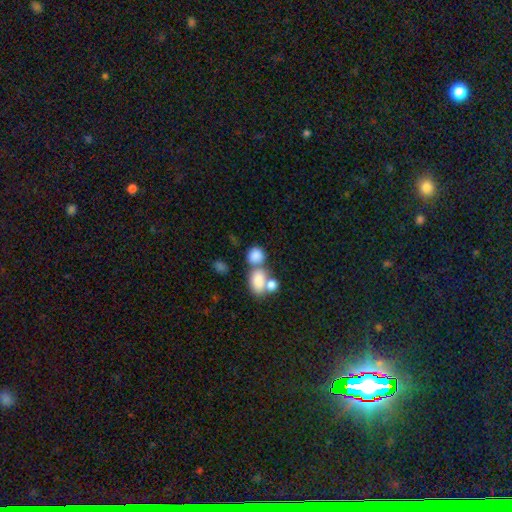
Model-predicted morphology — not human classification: A smooth galaxy with no disk features (81%) that is round (49%, tied with in between). Merging: merger (50%).